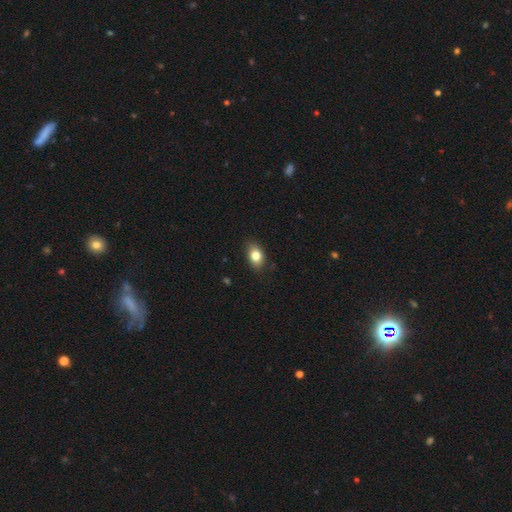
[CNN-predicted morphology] type=smooth (80%); roundness=in between (78%); merging=none (83%).